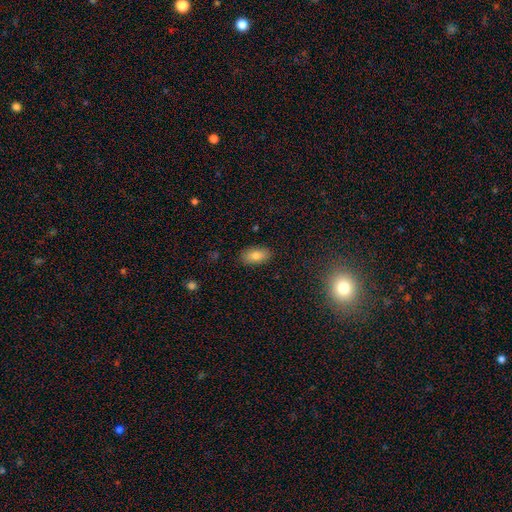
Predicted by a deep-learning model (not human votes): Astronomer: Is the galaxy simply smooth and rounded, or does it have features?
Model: smooth — 81%.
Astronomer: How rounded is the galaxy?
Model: in between — 92%.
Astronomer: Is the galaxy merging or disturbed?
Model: none — 87%.